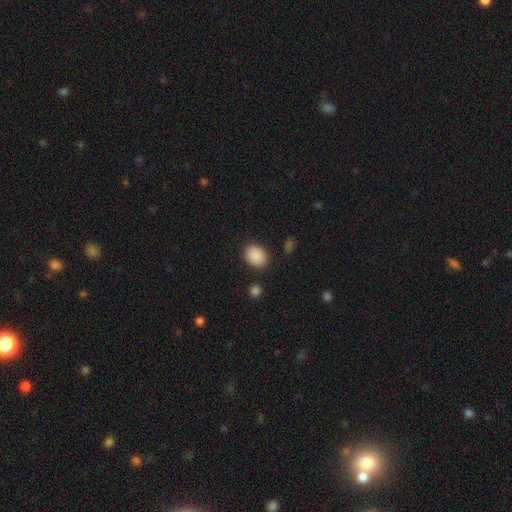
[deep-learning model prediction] Overall: smooth (89%). How rounded: in between (63%; round 36%). Merging: none (86%).